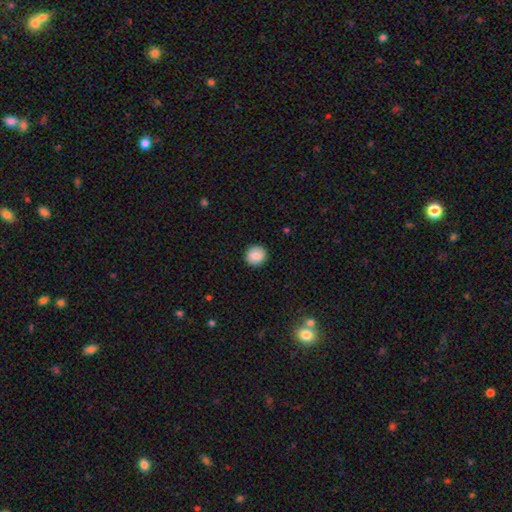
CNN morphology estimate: The model was most divided on "smooth or featured": smooth: 85%, star or artifact: 8%, featured or disk: 7%. More confident: merging — none (91%); how rounded — round (88%).